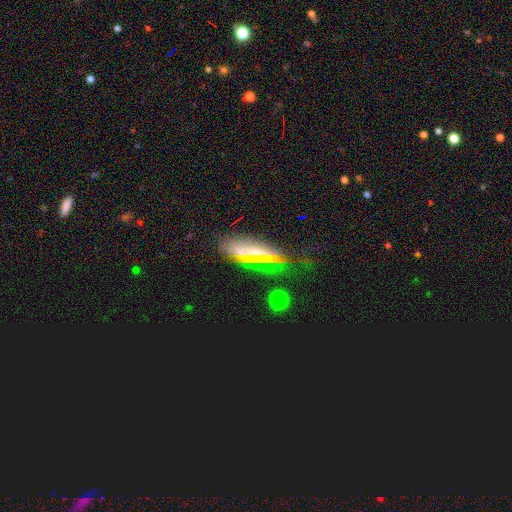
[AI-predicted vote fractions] This is marginally a smooth galaxy (38%, tied with featured or disk). Merging: likely none (72%).